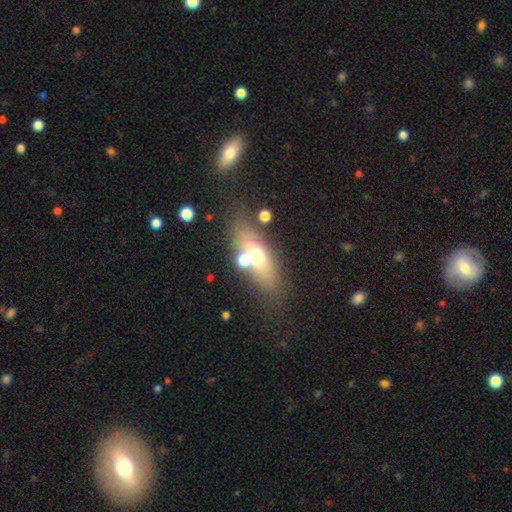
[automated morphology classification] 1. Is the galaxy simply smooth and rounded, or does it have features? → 54% smooth, 32% featured or disk, 14% star or artifact.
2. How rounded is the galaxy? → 62% in between, 28% cigar-shaped, 10% round.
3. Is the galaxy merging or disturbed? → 61% none, 17% merger, 13% minor disturbance, 8% major disturbance.